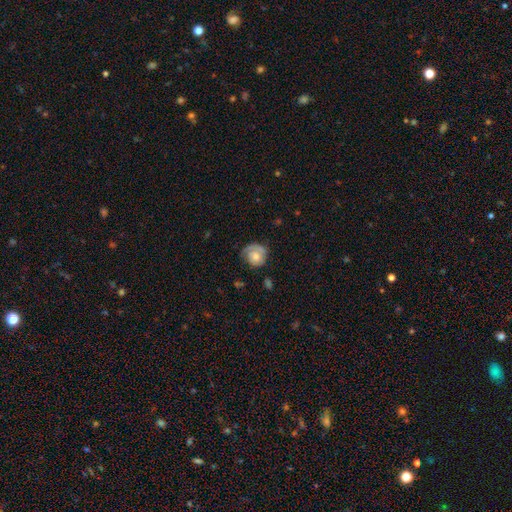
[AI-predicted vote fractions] Smooth or featured? featured or disk (49%)
Merging? none (57%)